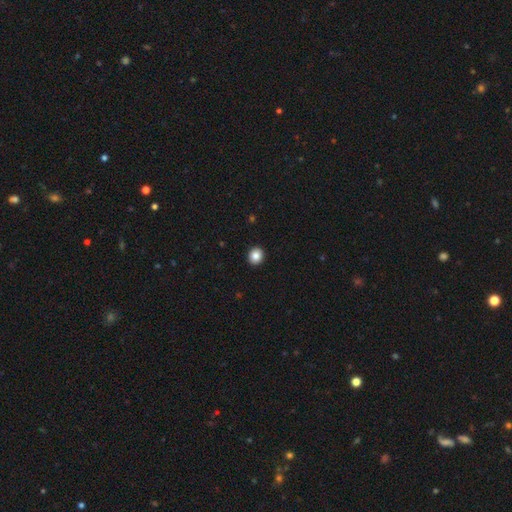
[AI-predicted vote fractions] Overall: smooth (86%). How rounded: round (80%). Merging: none (93%).